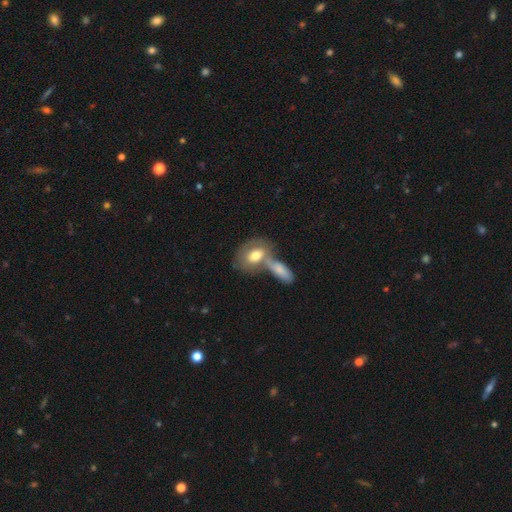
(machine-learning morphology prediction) A smooth galaxy with no disk features (64%) that is in between round and cigar-shaped (79%). Merging: merger (53%).